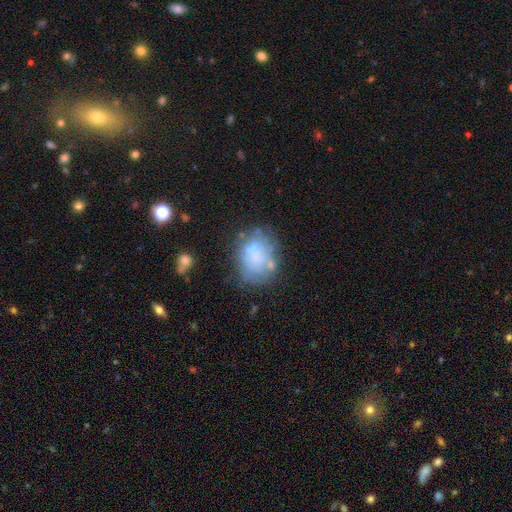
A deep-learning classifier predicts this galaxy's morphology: Overall: featured or disk (46%; smooth 42%). Merging: none (52%; minor disturbance 22%).